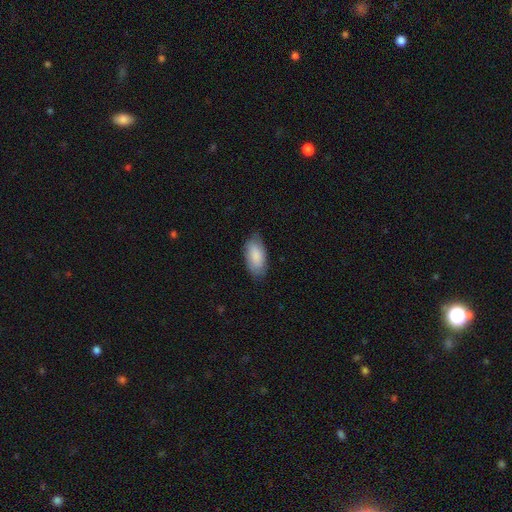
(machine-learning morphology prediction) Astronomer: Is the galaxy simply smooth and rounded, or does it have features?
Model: smooth — 85%.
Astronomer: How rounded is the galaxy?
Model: in between — 92%.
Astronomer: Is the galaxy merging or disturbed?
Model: none — 77%.